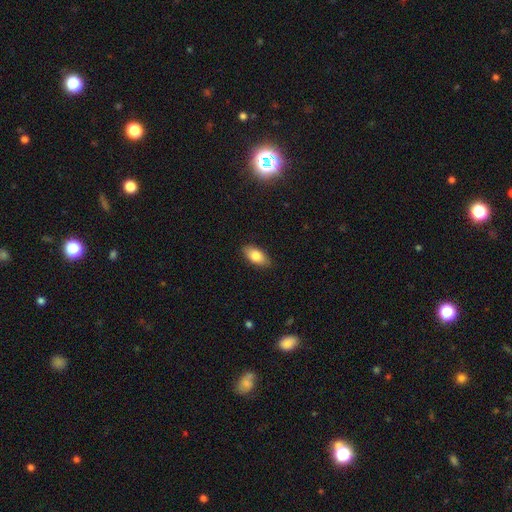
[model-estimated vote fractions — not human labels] The model was most divided on "smooth or featured": smooth: 83%, featured or disk: 10%, star or artifact: 7%. More confident: how rounded — in between (91%); merging — none (86%).